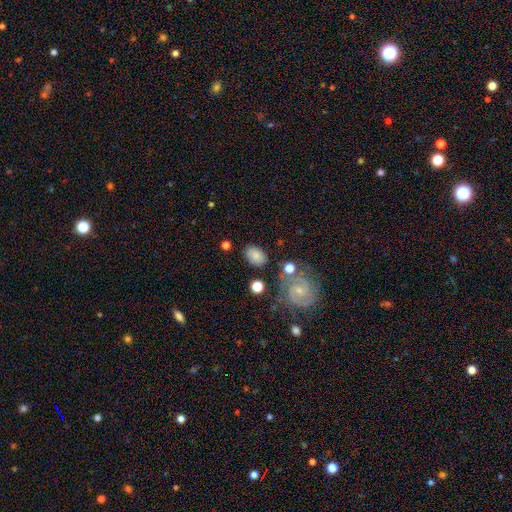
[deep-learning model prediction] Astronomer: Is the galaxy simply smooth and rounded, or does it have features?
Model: smooth — 69%.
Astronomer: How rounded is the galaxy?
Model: in between — 78%.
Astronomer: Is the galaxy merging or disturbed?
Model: none — 74%.